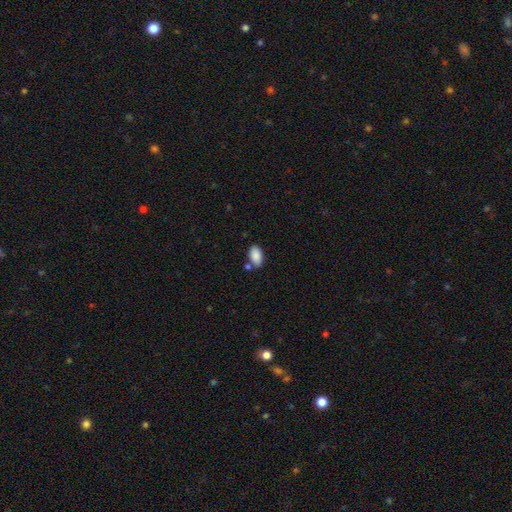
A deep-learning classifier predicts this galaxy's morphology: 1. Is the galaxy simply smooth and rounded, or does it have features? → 88% smooth, 7% star or artifact, 5% featured or disk.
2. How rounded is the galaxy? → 94% in between, 5% round, 1% cigar-shaped.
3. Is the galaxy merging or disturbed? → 70% none, 14% minor disturbance, 13% merger, 3% major disturbance.